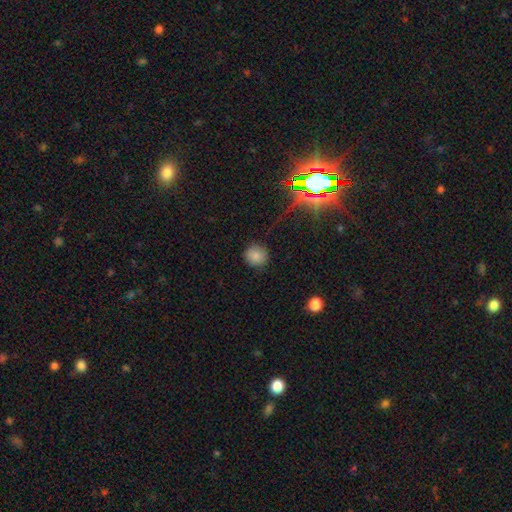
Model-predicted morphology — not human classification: Overall: smooth (83%). How rounded: round (89%). Merging: none (88%).